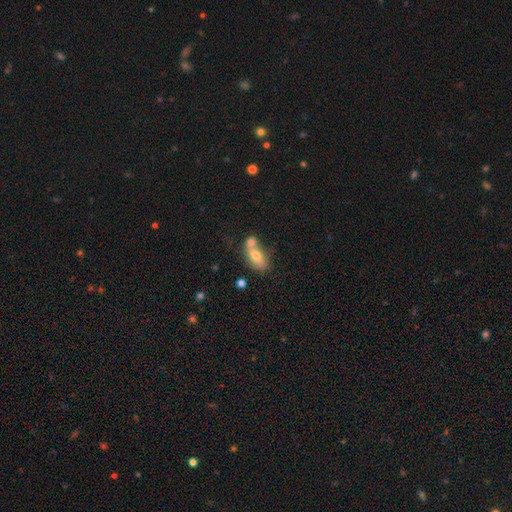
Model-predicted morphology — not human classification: Smooth or featured? smooth (67%)
How rounded? in between (82%)
Merging? merger (49%)